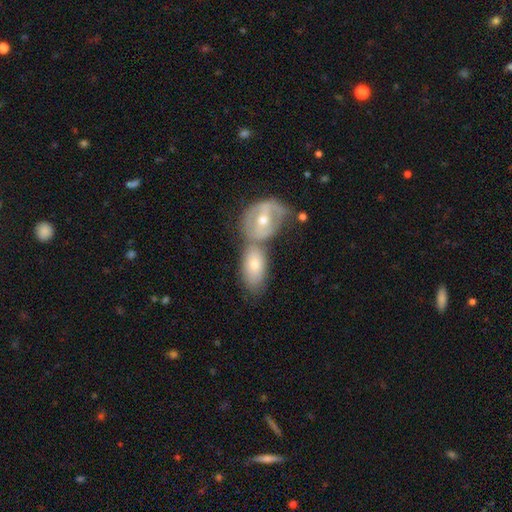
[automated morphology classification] This appears to be a featured or disk galaxy (61%) with no bar (58%), spiral arms (74%) and a moderate central bulge (49%). Merging: merger (59%).